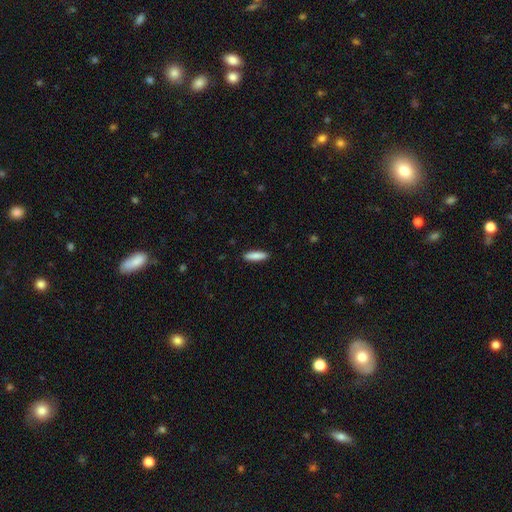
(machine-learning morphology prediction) Smooth or featured?
  - smooth: 86% *
  - featured or disk: 8%
  - star or artifact: 6%
How rounded?
  - cigar-shaped: 73% *
  - in between: 26%
  - round: 1%
Merging?
  - none: 91% *
  - minor disturbance: 7%
  - major disturbance: 2%
  - merger: 1%